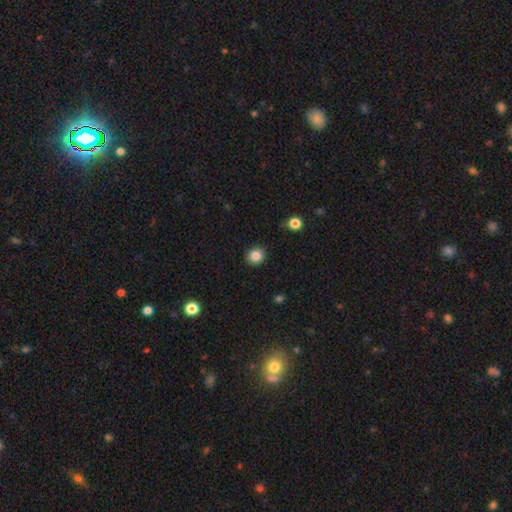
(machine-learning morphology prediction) Smooth or featured: smooth — 85% (star or artifact — 10%)
How rounded: round — 83% (in between — 16%)
Merging: none — 89% (minor disturbance — 7%)